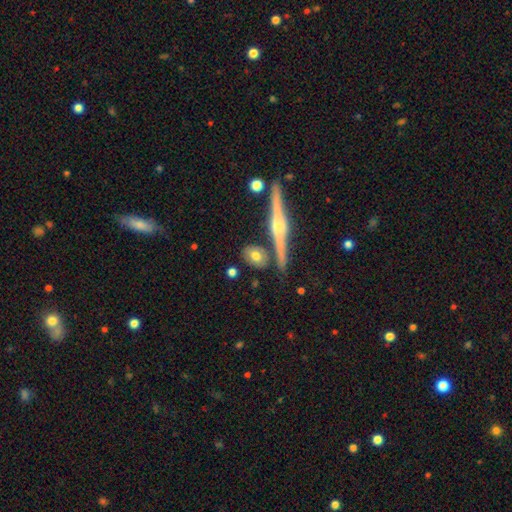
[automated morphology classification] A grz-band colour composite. It shows a smooth galaxy with no disk features (64%) that is in between round and cigar-shaped (58%). Merging: none (77%).